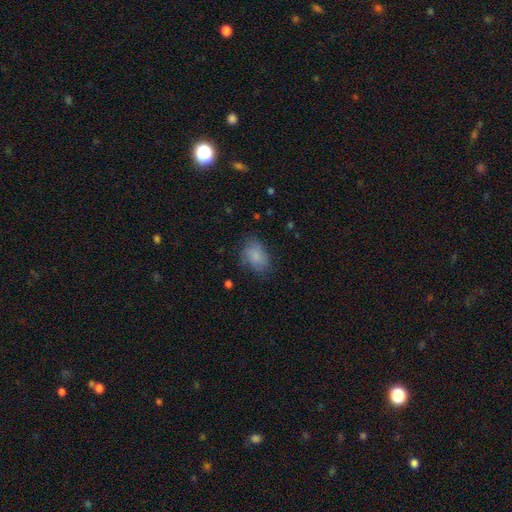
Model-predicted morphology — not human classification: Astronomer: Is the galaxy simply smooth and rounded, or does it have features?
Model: smooth — 83%.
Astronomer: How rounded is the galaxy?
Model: in between — 74%.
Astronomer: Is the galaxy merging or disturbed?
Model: none — 69%.